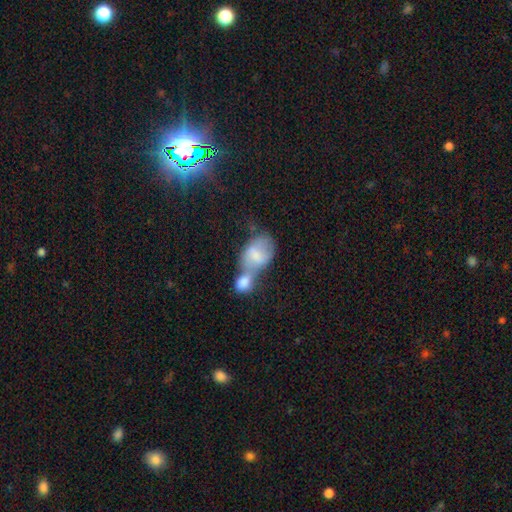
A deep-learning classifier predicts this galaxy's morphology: smooth-or-featured: smooth: 63% | featured or disk: 29% | star or artifact: 8%
  how-rounded: in between: 79% | round: 19% | cigar-shaped: 2%
  merging: merger: 71% | none: 12% | minor disturbance: 9% | major disturbance: 9%